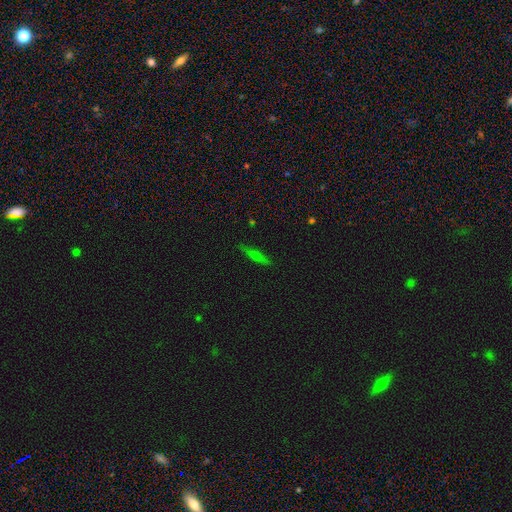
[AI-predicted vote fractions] A smooth galaxy with no disk features (46%).

Vote fractions:
- Smooth or featured? smooth: 46% / featured or disk: 41% / star or artifact: 13%
- Merging? none: 86% / minor disturbance: 11% / major disturbance: 2% / merger: 1%